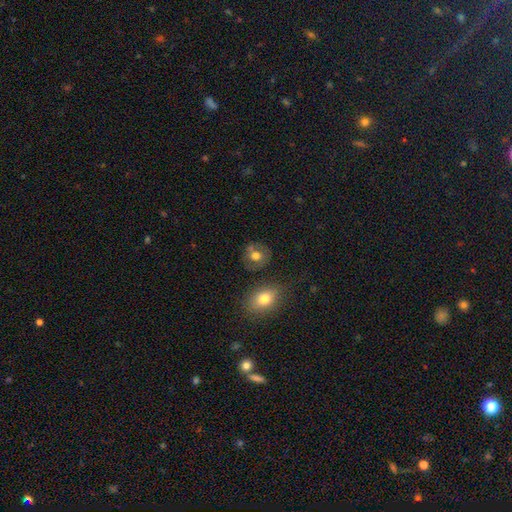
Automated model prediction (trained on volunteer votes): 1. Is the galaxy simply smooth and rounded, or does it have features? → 67% smooth, 23% featured or disk, 10% star or artifact.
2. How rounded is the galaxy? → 76% round, 23% in between, 1% cigar-shaped.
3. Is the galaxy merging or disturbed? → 71% none, 15% minor disturbance, 9% merger, 5% major disturbance.